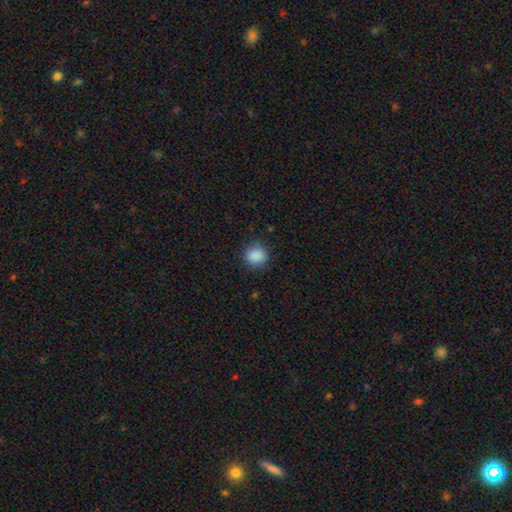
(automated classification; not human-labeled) A smooth galaxy with no disk features (88%) that is round (80%).

Vote fractions:
- Smooth or featured? smooth: 88% / star or artifact: 9% / featured or disk: 3%
- How rounded? round: 80% / in between: 19% / cigar-shaped: 1%
- Merging? none: 84% / minor disturbance: 12% / major disturbance: 3% / merger: 1%